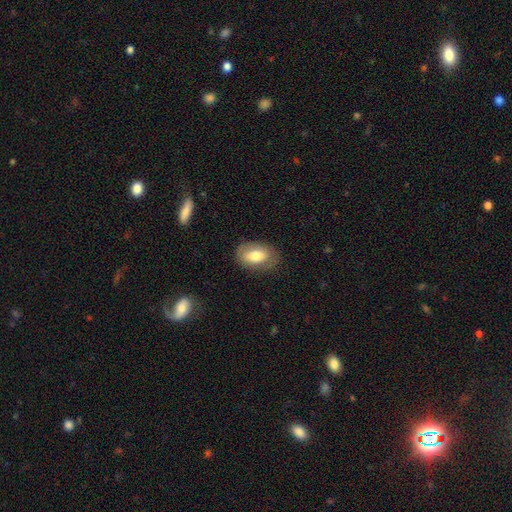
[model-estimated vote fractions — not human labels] A smooth galaxy with no disk features (71%) that is in between round and cigar-shaped (87%).

Vote fractions:
- Smooth or featured? smooth: 71% / featured or disk: 22% / star or artifact: 7%
- How rounded? in between: 87% / round: 12% / cigar-shaped: 2%
- Merging? none: 80% / minor disturbance: 14% / major disturbance: 4% / merger: 1%